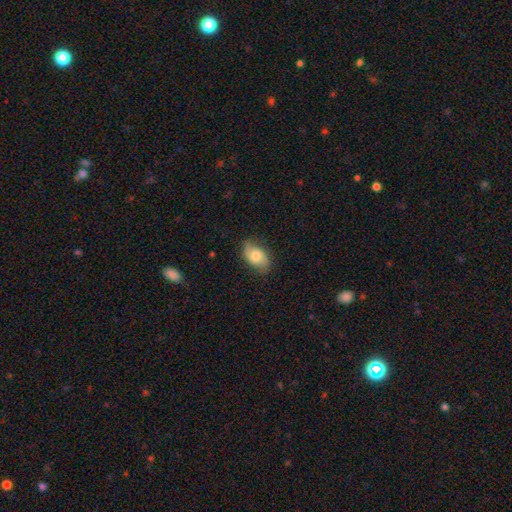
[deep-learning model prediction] A smooth galaxy with no disk features (53%) that is in between round and cigar-shaped (90%). Merging: none (77%).